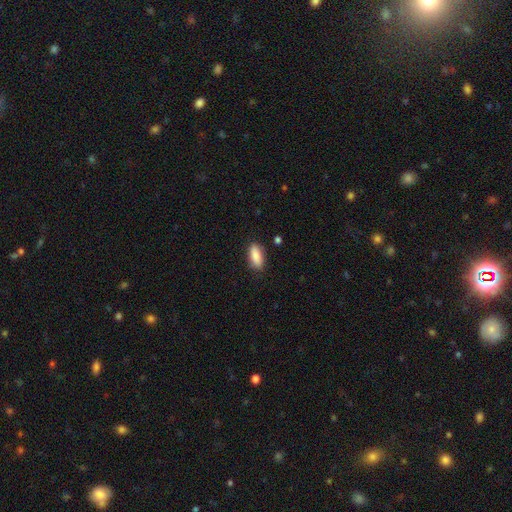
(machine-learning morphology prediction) smooth_or_featured: smooth (p=0.88) [alt: star or artifact p=0.06]
how_rounded: in between (p=0.83) [alt: cigar-shaped p=0.15]
merging: none (p=0.84) [alt: minor disturbance p=0.12]